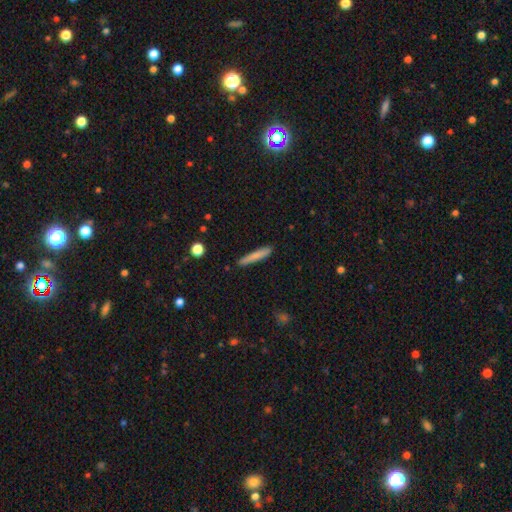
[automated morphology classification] type=smooth (73%); roundness=cigar-shaped (93%); merging=none (87%).